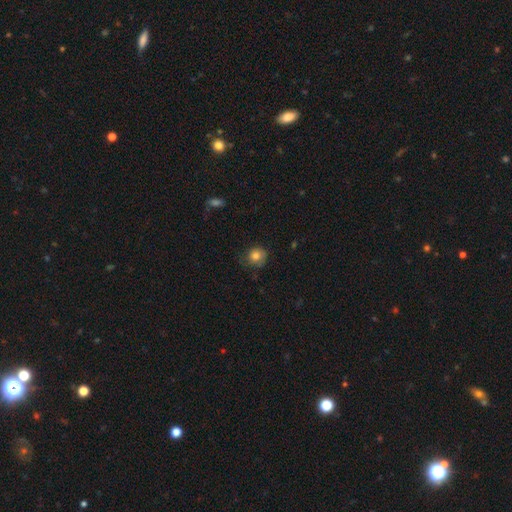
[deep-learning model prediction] Smooth or featured?
  - smooth: 78% *
  - featured or disk: 13%
  - star or artifact: 9%
How rounded?
  - round: 80% *
  - in between: 19%
  - cigar-shaped: 1%
Merging?
  - none: 61% *
  - minor disturbance: 27%
  - major disturbance: 11%
  - merger: 1%